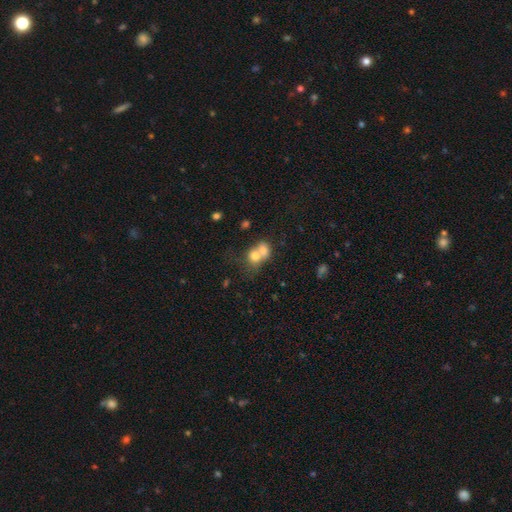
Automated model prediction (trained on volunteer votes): Smooth or featured? smooth (71%)
How rounded? round (61%)
Merging? merger (71%)